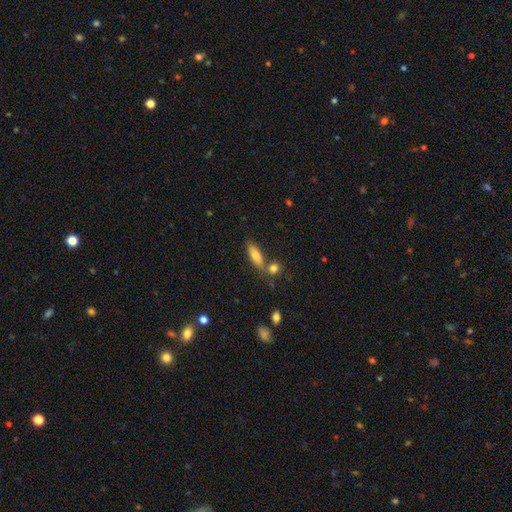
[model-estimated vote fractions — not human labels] Q: Smooth or featured?
A: smooth (70%); runner-up: featured or disk (21%)
Q: How rounded?
A: in between (49%); runner-up: cigar-shaped (48%)
Q: Merging?
A: none (64%); runner-up: merger (19%)